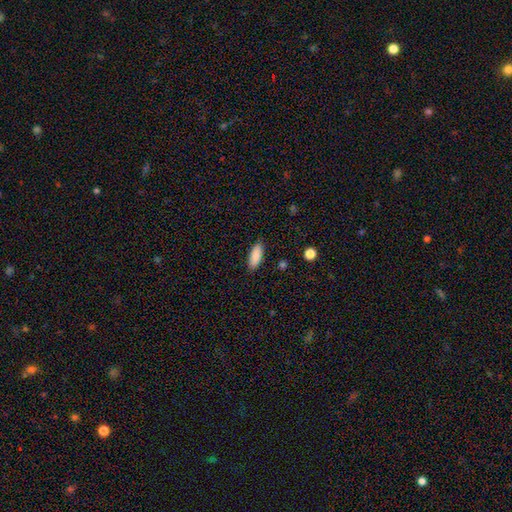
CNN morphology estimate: Smooth or featured?
  - smooth: 89% *
  - star or artifact: 7%
  - featured or disk: 5%
How rounded?
  - in between: 72% *
  - cigar-shaped: 26%
  - round: 2%
Merging?
  - none: 88% *
  - minor disturbance: 9%
  - major disturbance: 2%
  - merger: 1%